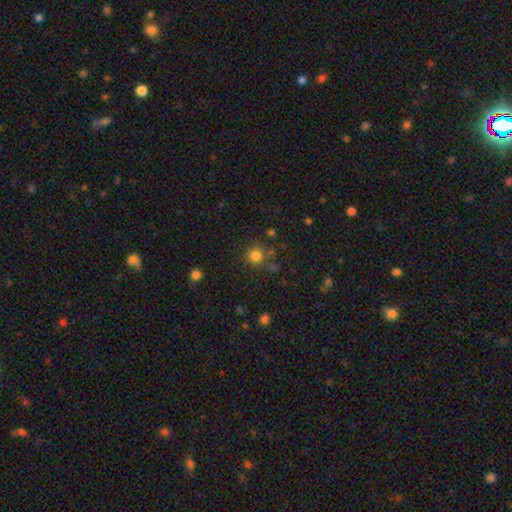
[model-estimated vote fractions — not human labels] Q: Smooth or featured?
A: smooth (80%); runner-up: star or artifact (15%)
Q: How rounded?
A: round (93%); runner-up: in between (6%)
Q: Merging?
A: none (78%); runner-up: minor disturbance (10%)